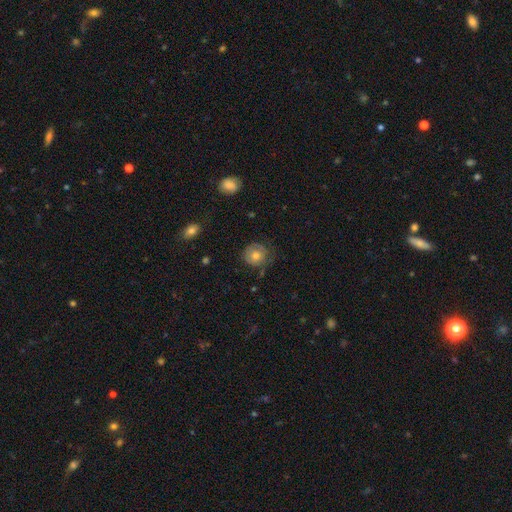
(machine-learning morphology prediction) smooth 63%, featured or disk 27%, star or artifact 10%. Down the decision tree: how rounded — round (87%); merging — none (69%).